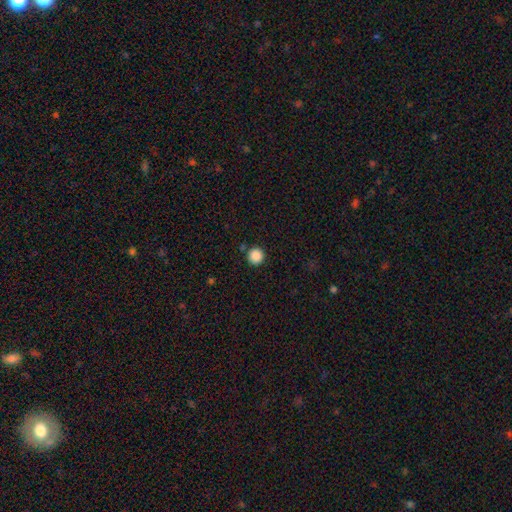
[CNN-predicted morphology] smooth_or_featured: smooth (p=0.88) [alt: star or artifact p=0.10]
how_rounded: round (p=0.95) [alt: in between p=0.04]
merging: none (p=0.89) [alt: minor disturbance p=0.06]